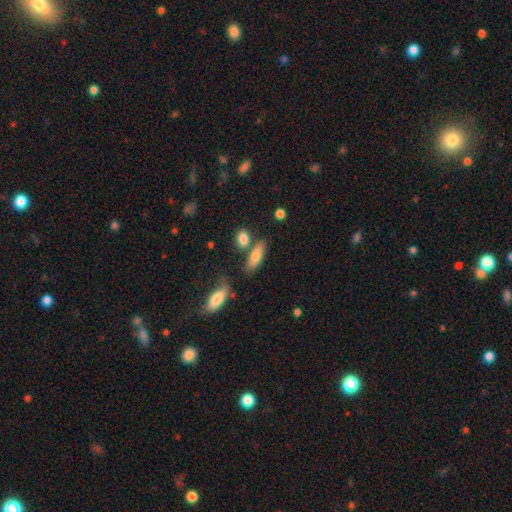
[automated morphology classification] Smooth or featured?
  - smooth: 75% *
  - featured or disk: 18%
  - star or artifact: 7%
How rounded?
  - in between: 53% *
  - cigar-shaped: 43%
  - round: 4%
Merging?
  - none: 65% *
  - merger: 16%
  - minor disturbance: 14%
  - major disturbance: 5%